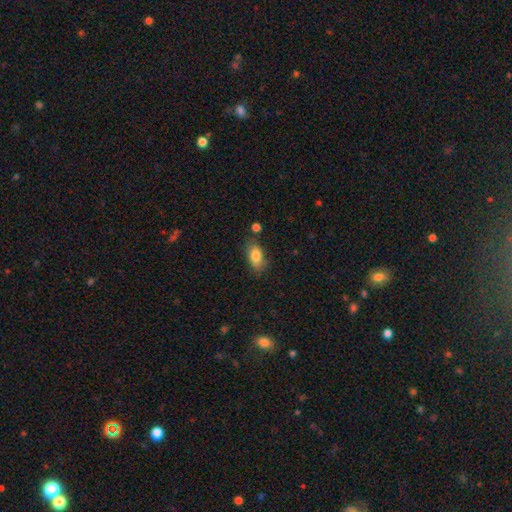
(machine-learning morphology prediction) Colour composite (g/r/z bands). It shows a smooth galaxy with no disk features (83%) that is in between round and cigar-shaped (89%). Merging: none (75%).